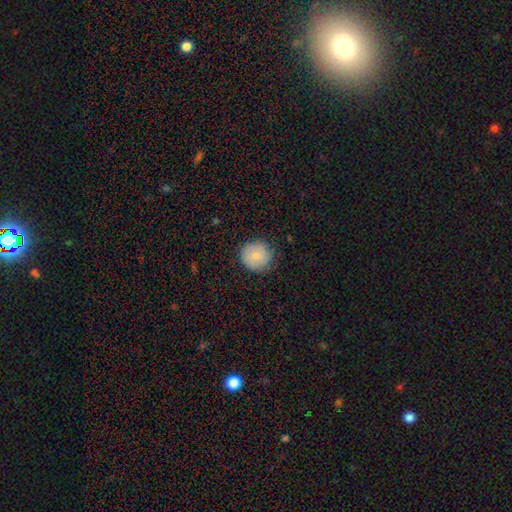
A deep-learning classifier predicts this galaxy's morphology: A smooth galaxy with no disk features (82%) that is round (94%).

Vote fractions:
- Smooth or featured? smooth: 82% / featured or disk: 11% / star or artifact: 7%
- How rounded? round: 94% / in between: 5% / cigar-shaped: 1%
- Merging? none: 83% / minor disturbance: 13% / major disturbance: 3% / merger: 1%